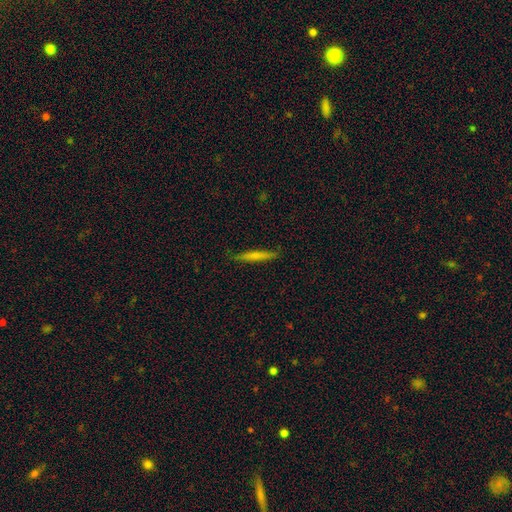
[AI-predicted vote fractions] smooth-or-featured: smooth: 64% | featured or disk: 30% | star or artifact: 6%
  how-rounded: cigar-shaped: 94% | in between: 4% | round: 1%
  merging: none: 88% | minor disturbance: 10% | major disturbance: 2% | merger: 1%